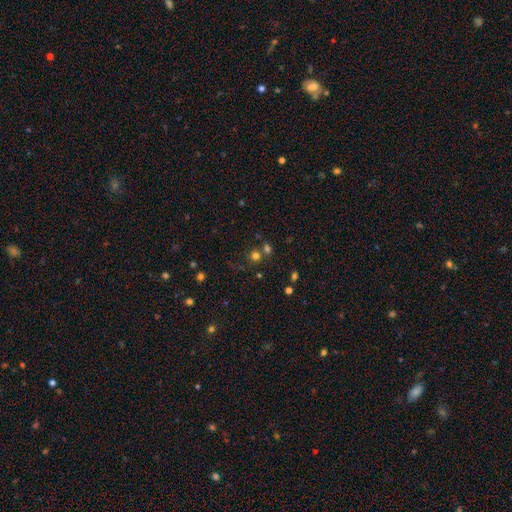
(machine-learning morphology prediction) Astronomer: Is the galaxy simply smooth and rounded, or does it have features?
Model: smooth — 65%.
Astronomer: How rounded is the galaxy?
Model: round — 88%.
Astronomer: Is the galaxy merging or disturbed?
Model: none — 64%.